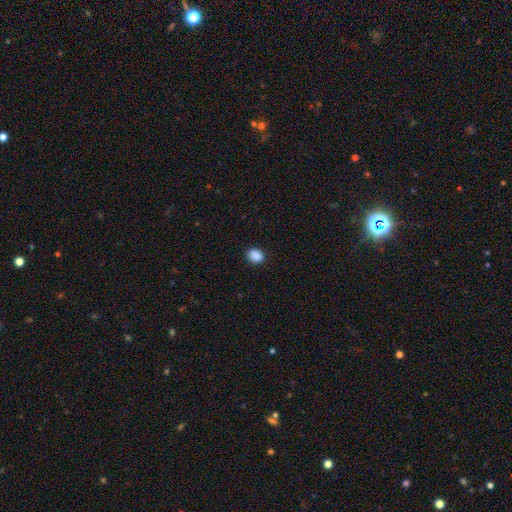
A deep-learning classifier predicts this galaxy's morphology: smooth-or-featured: smooth: 89% | star or artifact: 9% | featured or disk: 2%
  how-rounded: in between: 50% | round: 49% | cigar-shaped: 1%
  merging: none: 88% | minor disturbance: 8% | major disturbance: 2% | merger: 1%